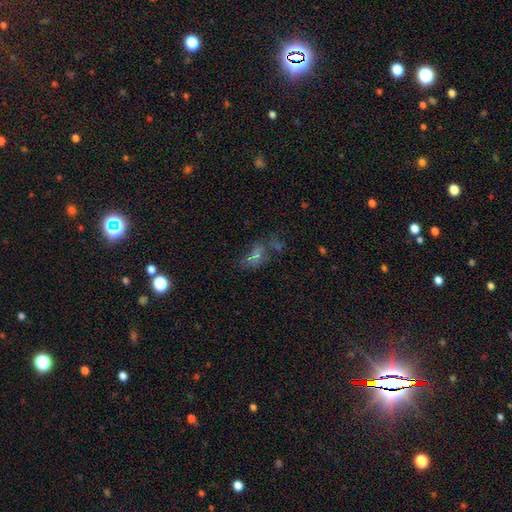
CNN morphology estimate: The model was most divided on "smooth or featured": smooth: 44%, star or artifact: 29%, featured or disk: 27%. Remaining: merging — none (40%).